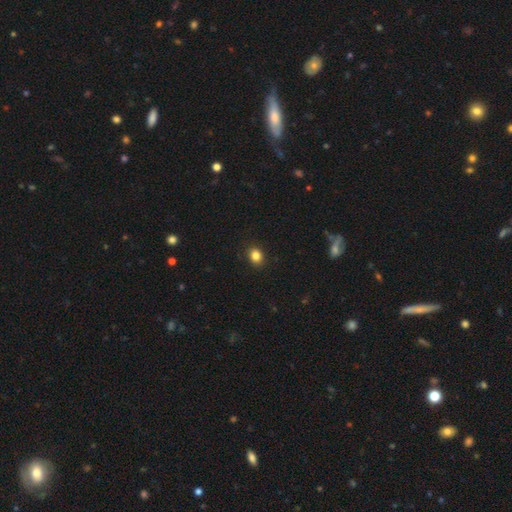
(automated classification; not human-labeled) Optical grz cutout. It shows a smooth galaxy with no disk features (84%) that is round (51%). Merging: none (90%).